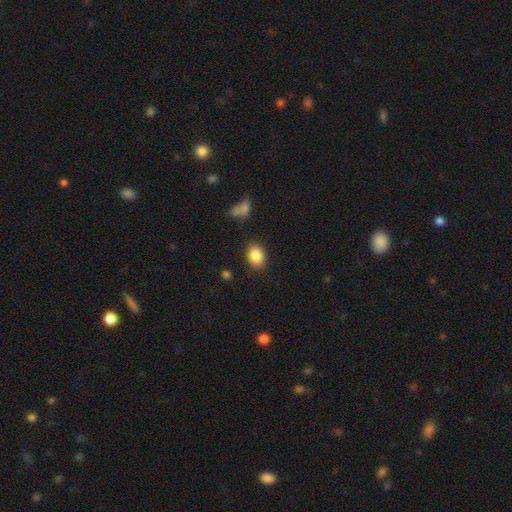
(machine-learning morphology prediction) type=smooth (86%); roundness=in between (78%); merging=none (84%).